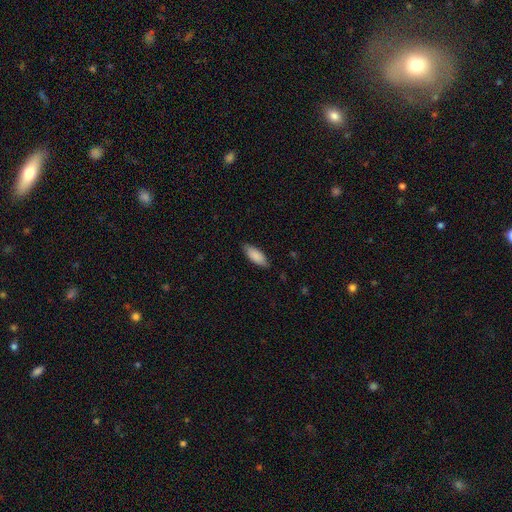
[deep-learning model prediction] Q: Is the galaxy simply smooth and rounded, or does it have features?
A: smooth — 88%.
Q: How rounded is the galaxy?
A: in between — 76%.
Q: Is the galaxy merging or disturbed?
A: none — 84%.